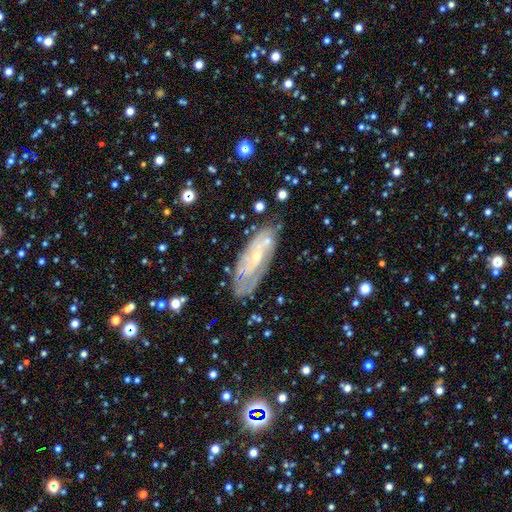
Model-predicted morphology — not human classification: The model was most divided on "spiral winding": tight: 54%, medium: 33%, loose: 13%. More confident: edge-on disk — no (86%); spiral arms — yes (80%); smooth or featured — featured or disk (74%); bulge size — small (73%); merging — none (69%); bar — no (67%); spiral arm count — can't tell (51%).